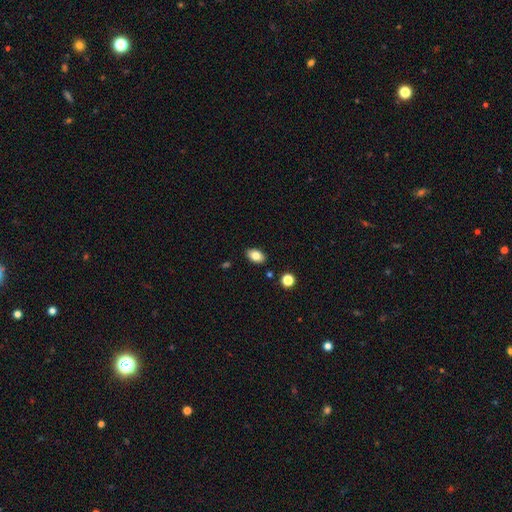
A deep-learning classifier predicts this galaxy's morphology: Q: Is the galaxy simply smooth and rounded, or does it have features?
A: smooth — 82%.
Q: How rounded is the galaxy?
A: in between — 90%.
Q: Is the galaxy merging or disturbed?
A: none — 87%.